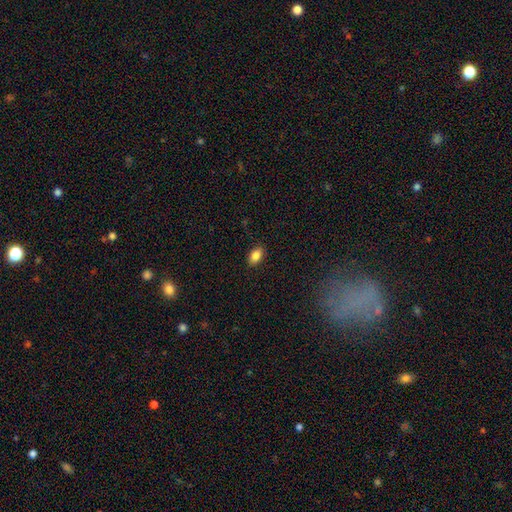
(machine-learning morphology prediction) Overall: smooth (86%). How rounded: in between (89%). Merging: none (88%).